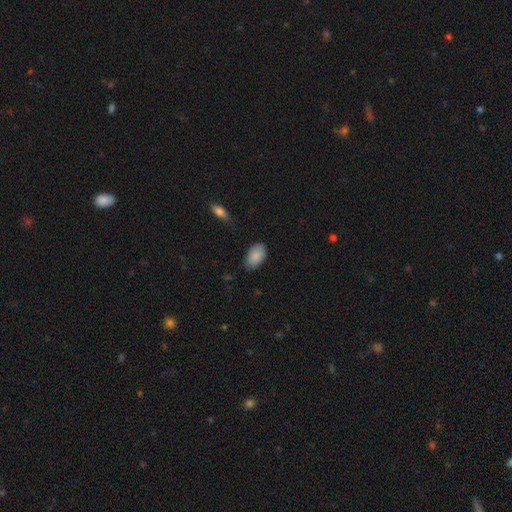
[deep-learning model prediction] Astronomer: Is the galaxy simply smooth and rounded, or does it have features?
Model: smooth — 88%.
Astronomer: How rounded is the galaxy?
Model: in between — 93%.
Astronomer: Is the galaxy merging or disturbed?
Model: none — 76%.